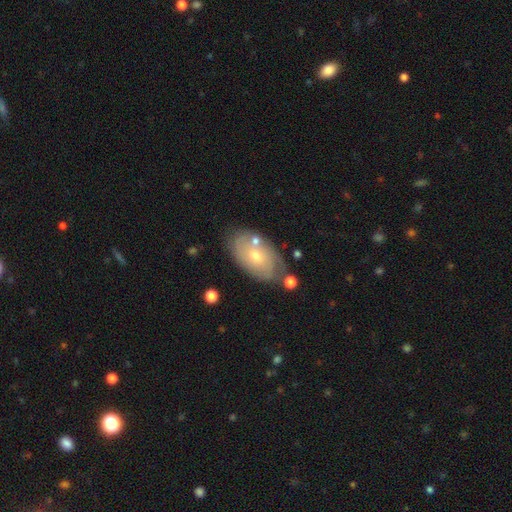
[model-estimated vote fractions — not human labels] A featured or disk galaxy (56%) with no bar (80%), spiral arms (66%) and a small central bulge (54%).

Vote fractions:
- Smooth or featured? featured or disk: 56% / smooth: 37% / star or artifact: 8%
- Edge-on disk? no: 92% / yes: 8%
- Bar? no: 80% / weak: 17% / strong: 3%
- Spiral arms? yes: 66% / no: 34%
- Bulge size? small: 54% / moderate: 43% / large: 2% / none: 1% / dominant: 1%
- Merging? none: 68% / minor disturbance: 19% / merger: 8% / major disturbance: 5%